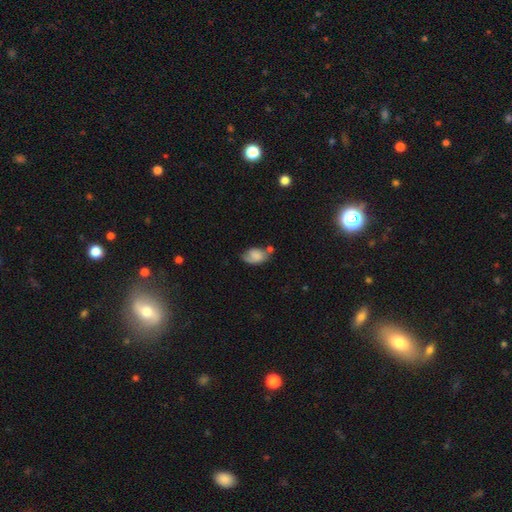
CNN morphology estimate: The model was most divided on "merging": none: 40%, minor disturbance: 32%, merger: 15%, major disturbance: 13%. More confident: how rounded — in between (87%); smooth or featured — smooth (73%).